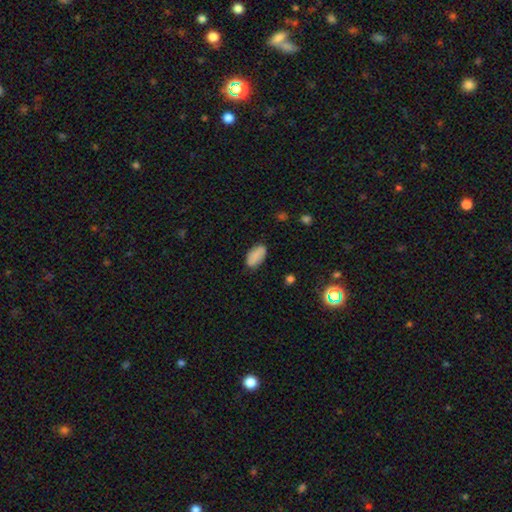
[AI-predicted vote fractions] The model was most divided on "merging": none: 82%, minor disturbance: 14%, major disturbance: 3%, merger: 1%. More confident: how rounded — in between (94%); smooth or featured — smooth (87%).